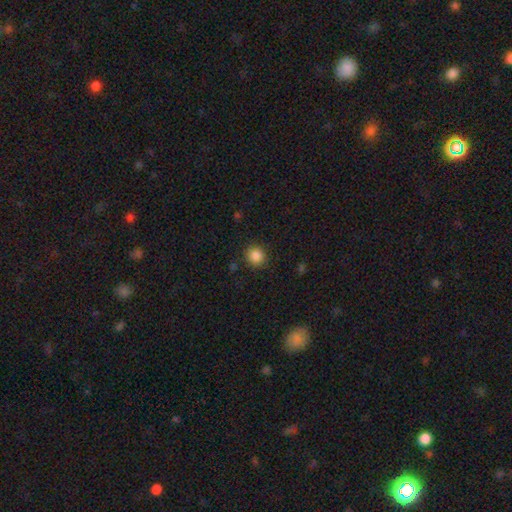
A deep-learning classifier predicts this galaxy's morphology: A smooth galaxy with no disk features (86%) that is round (89%). Merging: none (88%).